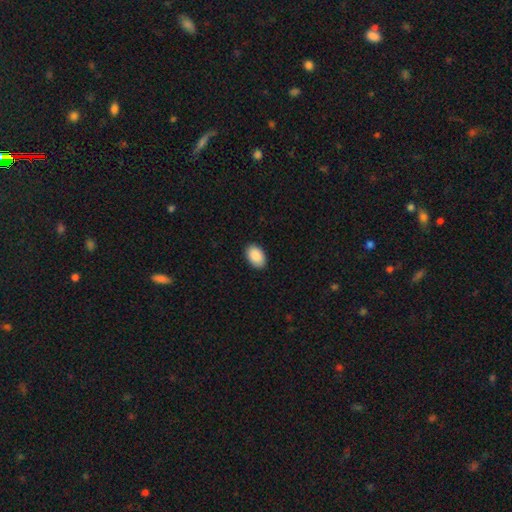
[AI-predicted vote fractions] A smooth galaxy with no disk features (91%) that is in between round and cigar-shaped (91%).

Vote fractions:
- Smooth or featured? smooth: 91% / star or artifact: 6% / featured or disk: 3%
- How rounded? in between: 91% / round: 8% / cigar-shaped: 1%
- Merging? none: 90% / minor disturbance: 8% / major disturbance: 2% / merger: 1%